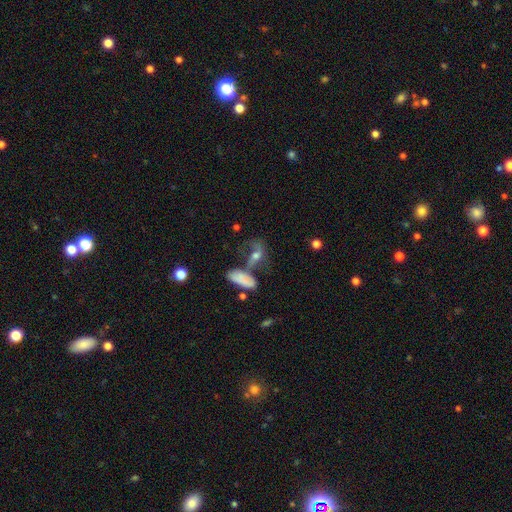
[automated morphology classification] The model was most divided on "smooth or featured": smooth: 45%, featured or disk: 42%, star or artifact: 13%. Remaining: merging — none (37%).